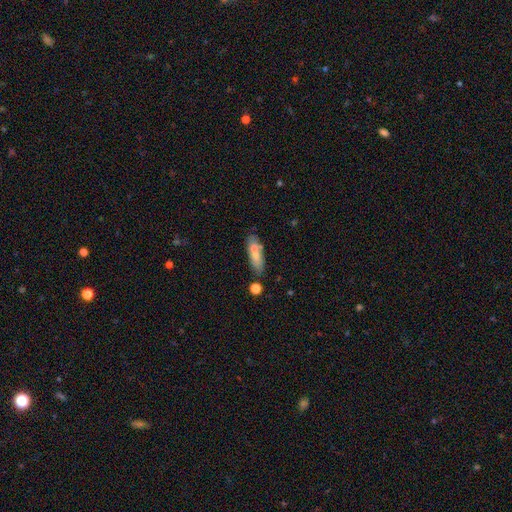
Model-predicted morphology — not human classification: smooth_or_featured: smooth (p=0.65) [alt: featured or disk p=0.25]
how_rounded: cigar-shaped (p=0.56) [alt: in between p=0.41]
merging: none (p=0.69) [alt: minor disturbance p=0.15]